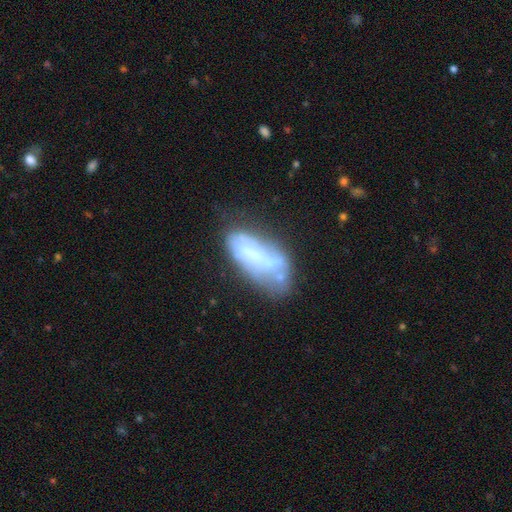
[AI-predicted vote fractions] Smooth or featured? Predicted: featured or disk (p=0.52). Edge-on disk? Predicted: no (p=0.87). Merging? Predicted: none (p=0.36).